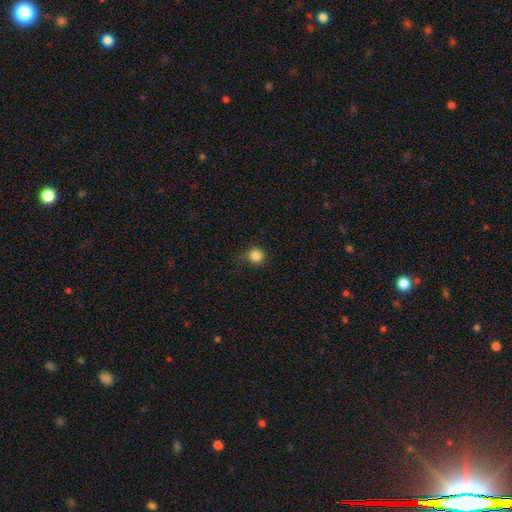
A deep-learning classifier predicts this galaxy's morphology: A smooth galaxy with no disk features (84%) that is round (92%).

Vote fractions:
- Smooth or featured? smooth: 84% / star or artifact: 12% / featured or disk: 4%
- How rounded? round: 92% / in between: 8% / cigar-shaped: 1%
- Merging? none: 80% / minor disturbance: 15% / major disturbance: 4% / merger: 1%